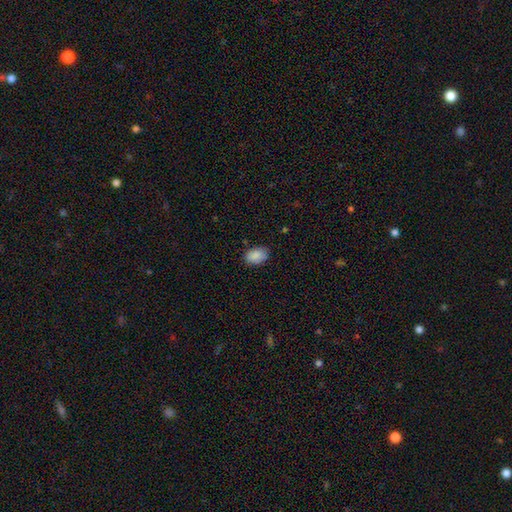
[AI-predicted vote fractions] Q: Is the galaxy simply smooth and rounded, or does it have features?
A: smooth — 88%.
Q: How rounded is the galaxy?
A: in between — 89%.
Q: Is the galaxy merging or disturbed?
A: none — 81%.